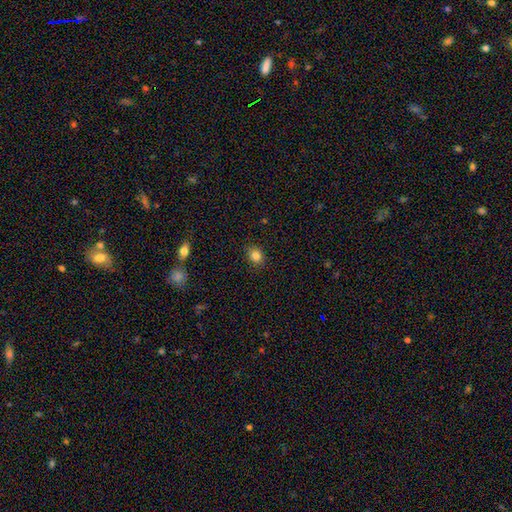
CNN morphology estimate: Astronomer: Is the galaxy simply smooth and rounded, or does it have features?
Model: smooth — 84%.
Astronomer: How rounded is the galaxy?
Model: round — 57% (runner-up: in between, 42%).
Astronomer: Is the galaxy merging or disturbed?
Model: none — 87%.